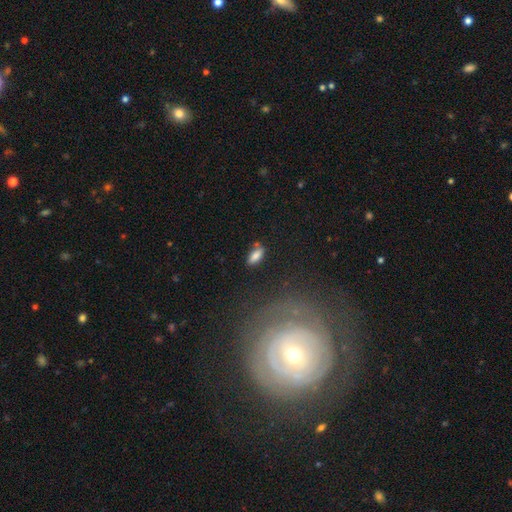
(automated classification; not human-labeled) Smooth or featured? Predicted: smooth (p=0.83). How rounded? Predicted: in between (p=0.80). Merging? Predicted: none (p=0.76).